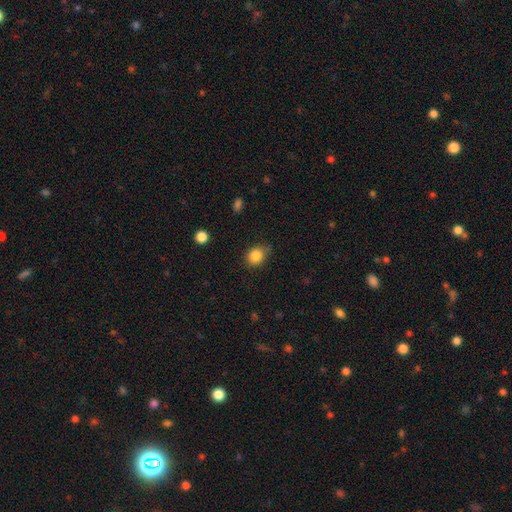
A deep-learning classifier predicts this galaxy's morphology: This is clearly a smooth galaxy (85%). How rounded: likely round (69%). Merging: likely none (77%).